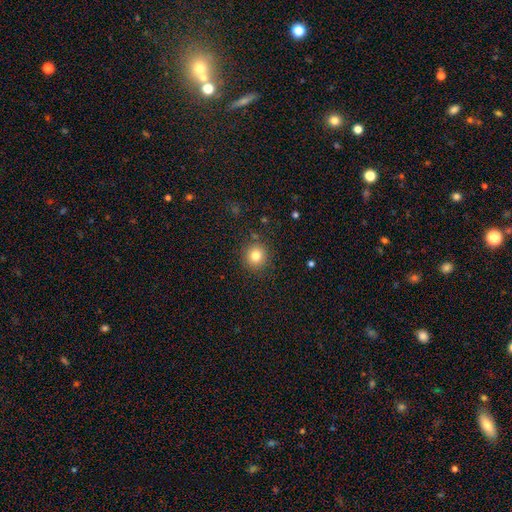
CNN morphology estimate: smooth_or_featured: smooth (p=0.81) [alt: star or artifact p=0.12]
how_rounded: round (p=0.92) [alt: in between p=0.07]
merging: none (p=0.88) [alt: minor disturbance p=0.07]